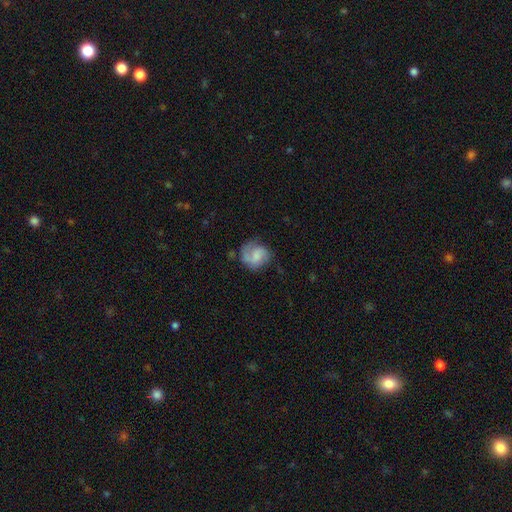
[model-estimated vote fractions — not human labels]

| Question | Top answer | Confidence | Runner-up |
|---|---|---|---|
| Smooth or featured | featured or disk | 53% | smooth (39%) |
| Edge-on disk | no | 98% | yes (2%) |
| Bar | no | 47% | weak (43%) |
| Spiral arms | yes | 88% | no (12%) |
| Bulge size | none | 36% | small (27%) |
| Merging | none | 62% | minor disturbance (23%) |